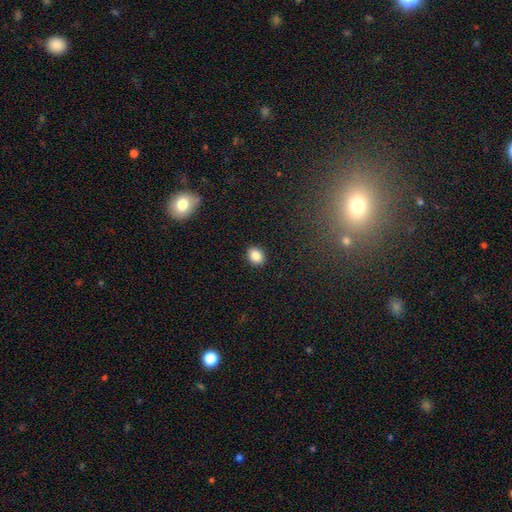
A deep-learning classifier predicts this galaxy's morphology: The model was most divided on "how rounded": in between: 58%, round: 41%, cigar-shaped: 1%. More confident: merging — none (90%); smooth or featured — smooth (86%).